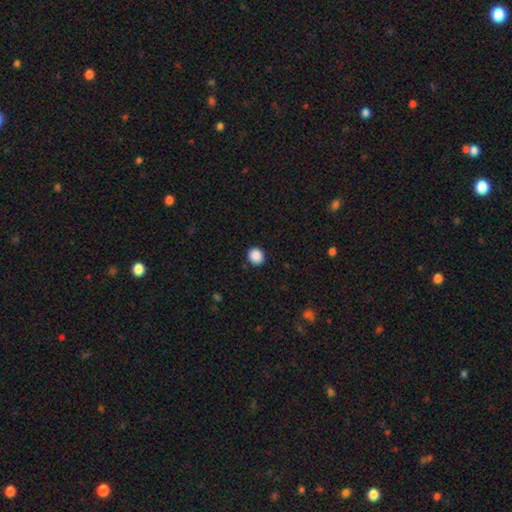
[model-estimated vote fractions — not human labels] The model was most divided on "how rounded": round: 83%, in between: 16%, cigar-shaped: 1%. More confident: merging — none (91%); smooth or featured — smooth (89%).